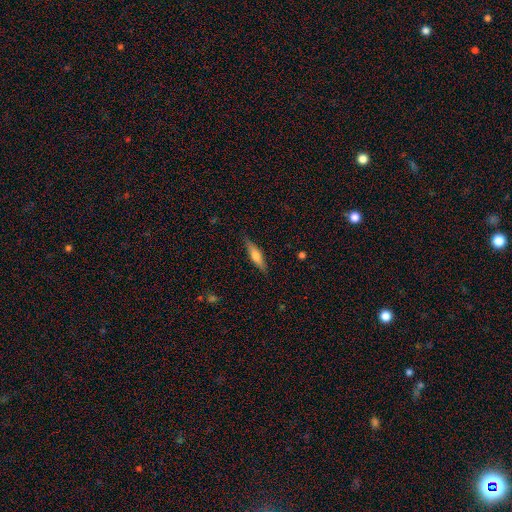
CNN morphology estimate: smooth_or_featured: smooth (p=0.53) [alt: featured or disk p=0.41]
how_rounded: cigar-shaped (p=0.75) [alt: in between p=0.23]
merging: none (p=0.87) [alt: minor disturbance p=0.10]